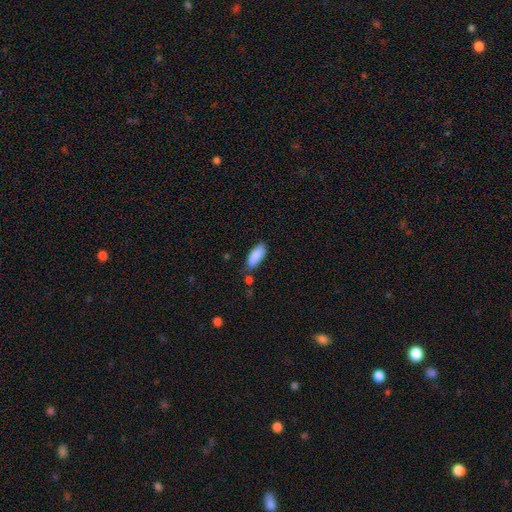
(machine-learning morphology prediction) Overall: smooth (88%). How rounded: in between (82%). Merging: none (74%).